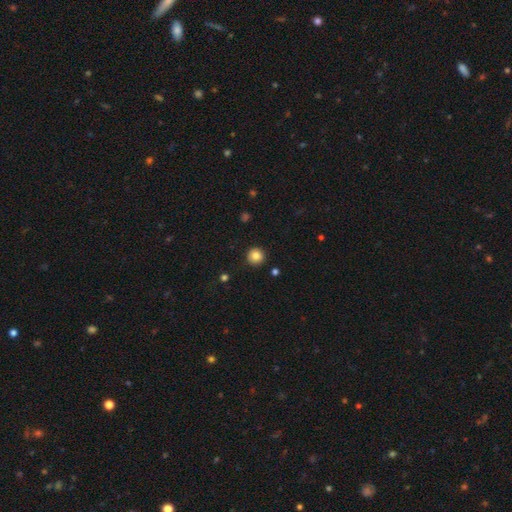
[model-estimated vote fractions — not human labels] Smooth or featured? Predicted: smooth (p=0.84). How rounded? Predicted: round (p=0.95). Merging? Predicted: none (p=0.91).